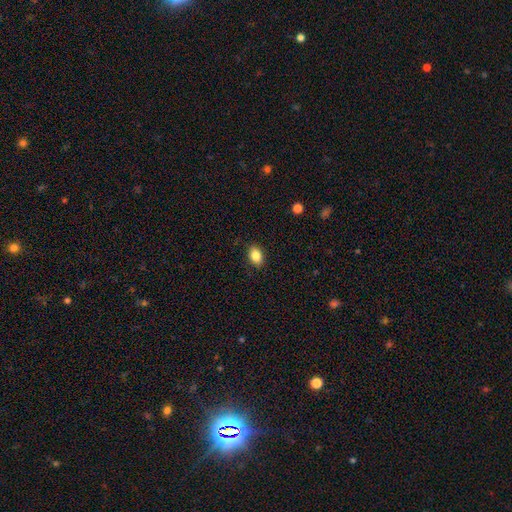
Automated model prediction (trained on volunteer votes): Smooth or featured? Predicted: smooth (p=0.86). How rounded? Predicted: in between (p=0.84). Merging? Predicted: none (p=0.88).